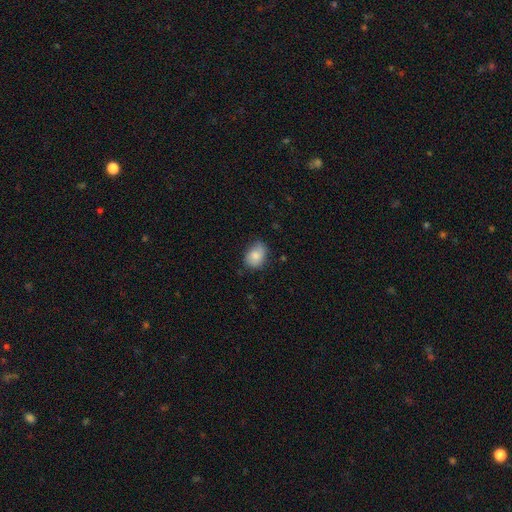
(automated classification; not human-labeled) This appears to be a smooth galaxy with no disk features (79%) that is in between round and cigar-shaped (67%). Merging: none (67%).